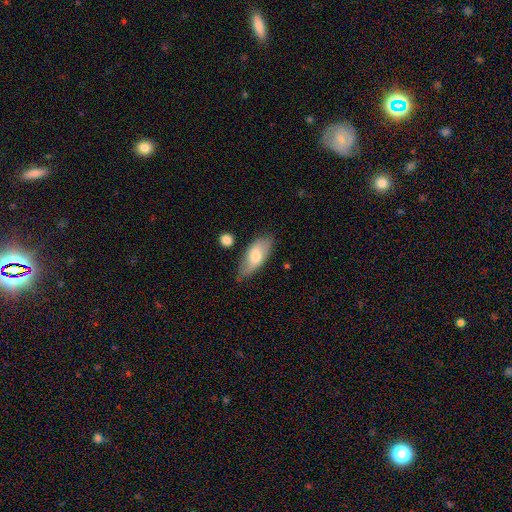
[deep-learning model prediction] A smooth galaxy with no disk features (69%) that is in between round and cigar-shaped (83%).

Vote fractions:
- Smooth or featured? smooth: 69% / featured or disk: 25% / star or artifact: 6%
- How rounded? in between: 83% / cigar-shaped: 14% / round: 3%
- Merging? none: 72% / minor disturbance: 20% / major disturbance: 4% / merger: 4%